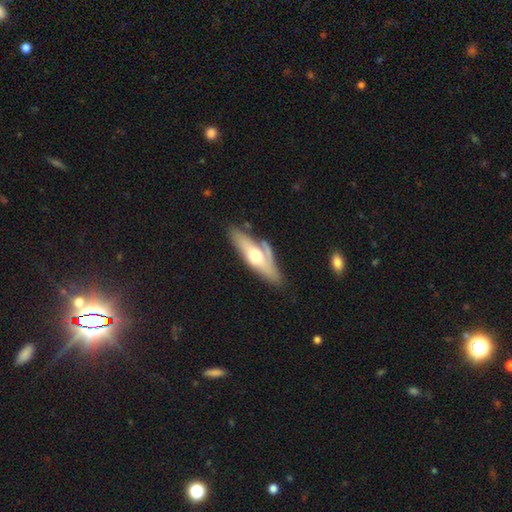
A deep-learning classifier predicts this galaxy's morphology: type=featured or disk (53%); edge-on=yes (66%); merging=none (58%).